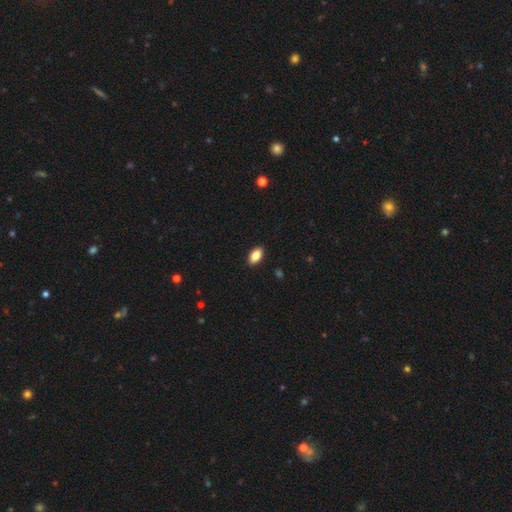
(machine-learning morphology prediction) Smooth or featured: smooth — 85% (star or artifact — 8%)
How rounded: in between — 92% (round — 5%)
Merging: none — 90% (minor disturbance — 7%)